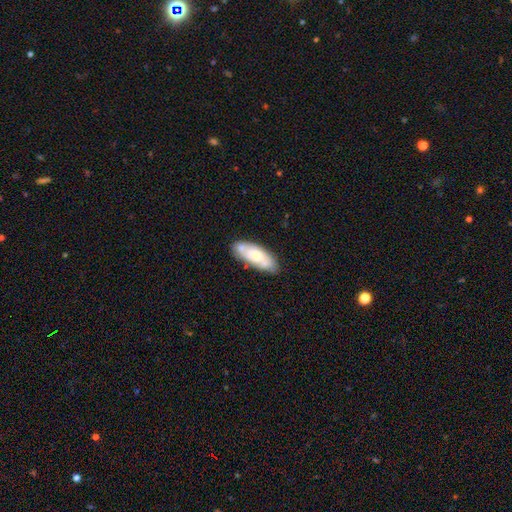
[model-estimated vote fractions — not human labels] This appears to be a smooth galaxy with no disk features (50%). Merging: none (72%).